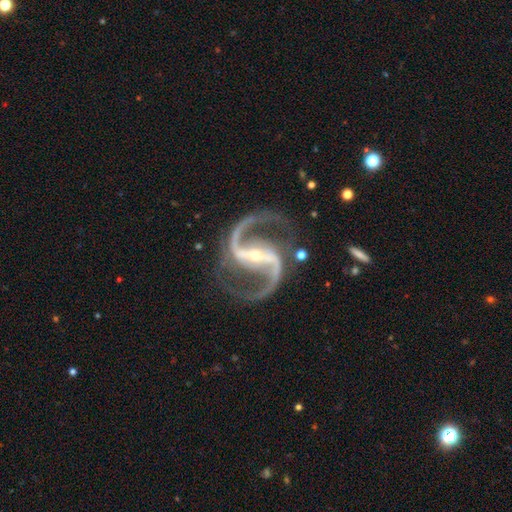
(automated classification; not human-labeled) smooth_or_featured: featured or disk (p=0.94) [alt: star or artifact p=0.04]
disk_edge_on: no (p=0.98) [alt: yes p=0.02]
bar: strong (p=0.72) [alt: weak p=0.19]
has_spiral_arms: yes (p=0.99) [alt: no p=0.01]
spiral_winding: medium (p=0.60) [alt: loose p=0.30]
spiral_arm_count: 2 (p=0.95) [alt: 3 p=0.01]
bulge_size: small (p=0.76) [alt: moderate p=0.21]
merging: none (p=0.82) [alt: minor disturbance p=0.11]